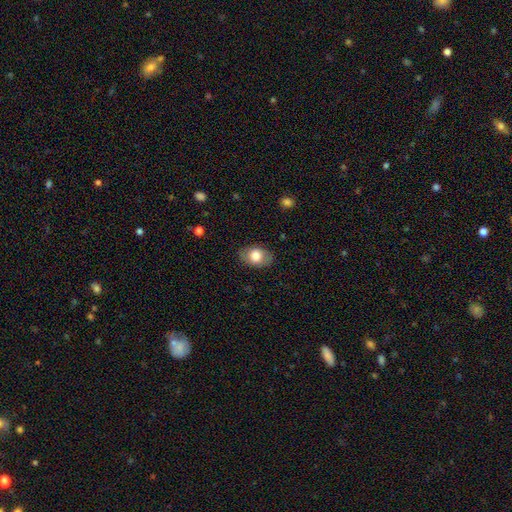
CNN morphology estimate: smooth 76%, featured or disk 16%, star or artifact 7%. Down the decision tree: how rounded — in between (82%); merging — none (82%).